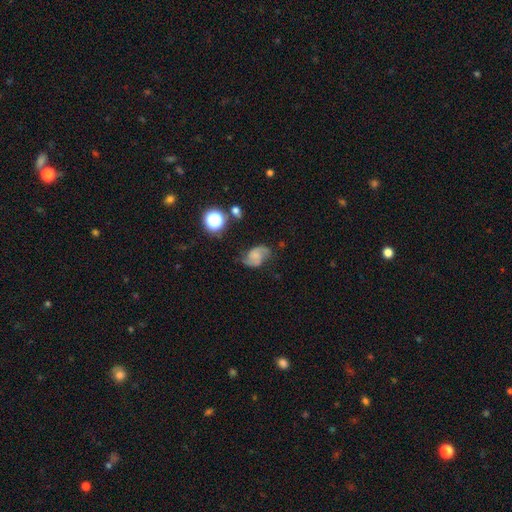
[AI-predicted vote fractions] Smooth or featured?
  - featured or disk: 63% *
  - smooth: 26%
  - star or artifact: 11%
Edge-on disk?
  - no: 98% *
  - yes: 2%
Bar?
  - no: 61% *
  - weak: 32%
  - strong: 7%
Spiral arms?
  - yes: 93% *
  - no: 7%
Spiral winding?
  - loose: 44% *
  - medium: 41%
  - tight: 15%
Spiral arm count?
  - 2: 88% *
  - can't tell: 5%
  - 1: 3%
  - 3: 1%
  - 4: 1%
  - more than 4: 1%
Bulge size?
  - none: 47% *
  - small: 29%
  - moderate: 16%
  - large: 6%
  - dominant: 2%
Merging?
  - none: 61% *
  - minor disturbance: 25%
  - major disturbance: 11%
  - merger: 3%